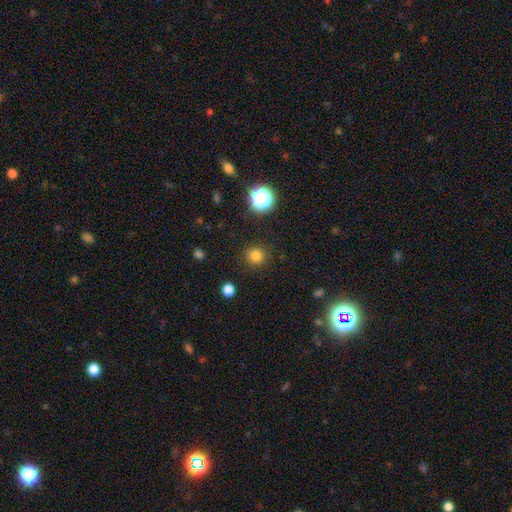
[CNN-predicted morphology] A smooth galaxy with no disk features (80%) that is round (94%).

Vote fractions:
- Smooth or featured? smooth: 80% / star or artifact: 15% / featured or disk: 5%
- How rounded? round: 94% / in between: 5% / cigar-shaped: 1%
- Merging? none: 90% / minor disturbance: 6% / major disturbance: 3% / merger: 1%